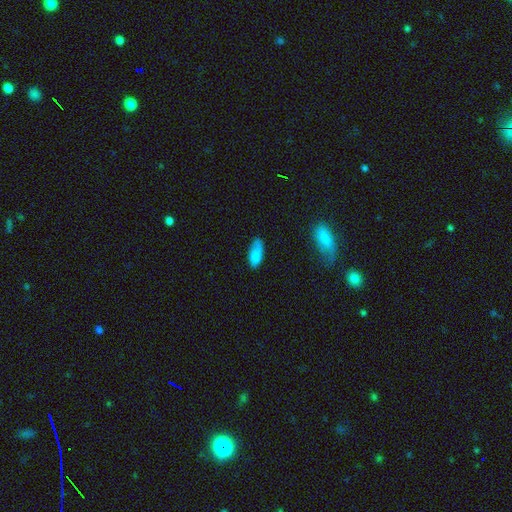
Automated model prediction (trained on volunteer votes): Morphology: type=smooth (83%); roundness=in between (83%); merging=none (58%).